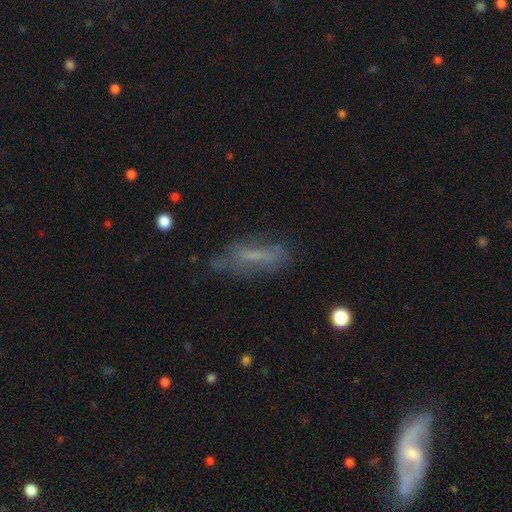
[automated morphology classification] type=smooth (51%); roundness=cigar-shaped (60%); merging=none (62%).